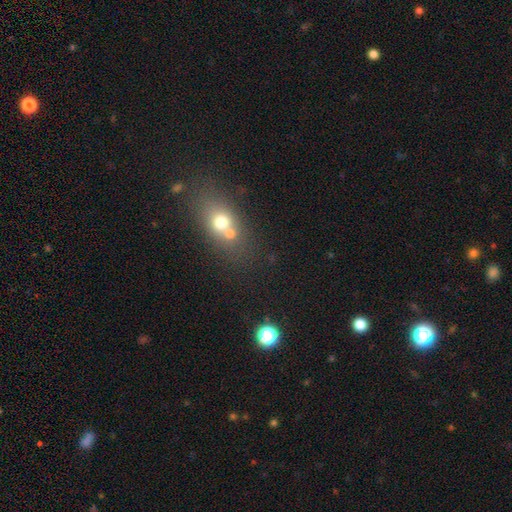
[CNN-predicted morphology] Q: Smooth or featured?
A: smooth (54%); runner-up: star or artifact (26%)
Q: How rounded?
A: in between (47%); runner-up: round (46%)
Q: Merging?
A: none (47%); runner-up: merger (39%)